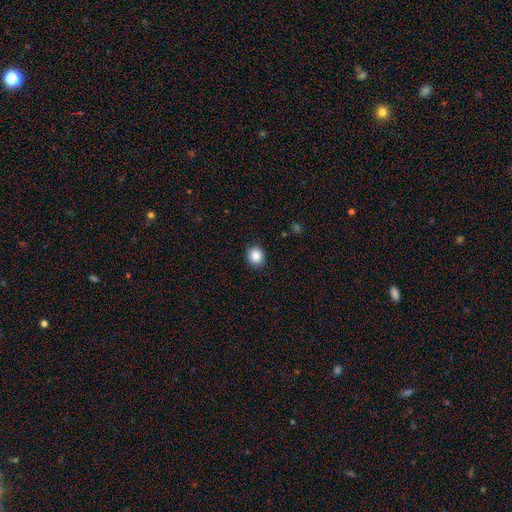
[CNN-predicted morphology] This appears to be a smooth galaxy with no disk features (86%) that is round (83%). Merging: none (90%).